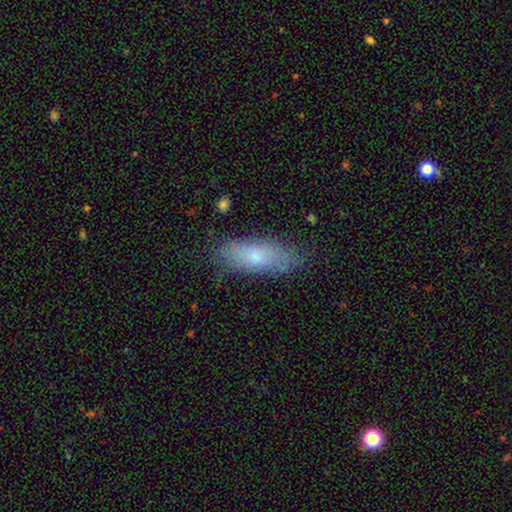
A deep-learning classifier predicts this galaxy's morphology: Overall: smooth (70%). How rounded: in between (71%). Merging: none (71%).